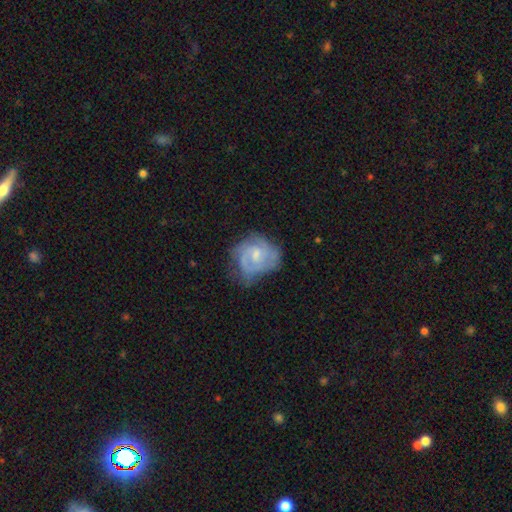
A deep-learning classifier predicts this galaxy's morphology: smooth_or_featured: featured or disk (p=0.75) [alt: smooth p=0.19]
disk_edge_on: no (p=0.98) [alt: yes p=0.02]
bar: no (p=0.50) [alt: weak p=0.44]
has_spiral_arms: yes (p=0.90) [alt: no p=0.10]
spiral_winding: tight (p=0.47) [alt: medium p=0.41]
spiral_arm_count: 2 (p=0.50) [alt: can't tell p=0.23]
bulge_size: small (p=0.50) [alt: moderate p=0.39]
merging: none (p=0.52) [alt: minor disturbance p=0.29]